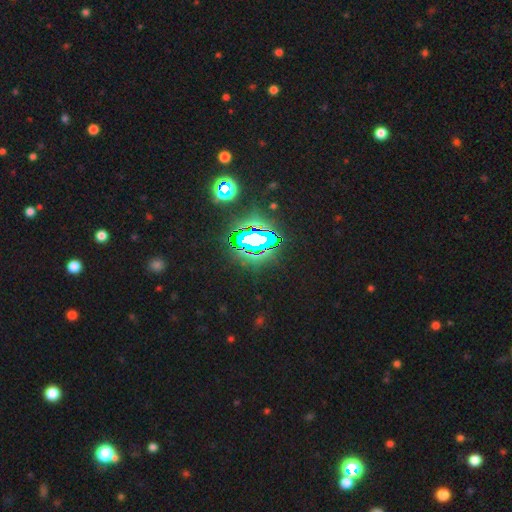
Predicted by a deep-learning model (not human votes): The model was most divided on "smooth or featured": star or artifact: 81%, smooth: 11%, featured or disk: 8%.